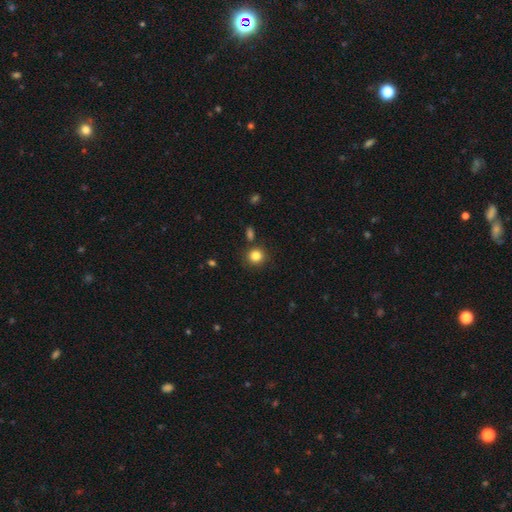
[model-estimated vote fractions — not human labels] Smooth or featured? smooth (83%)
How rounded? round (89%)
Merging? none (83%)